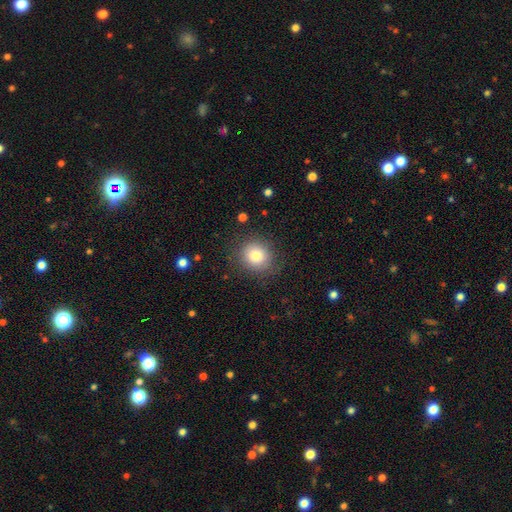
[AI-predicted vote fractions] smooth-or-featured: smooth: 82% | star or artifact: 10% | featured or disk: 8%
  how-rounded: round: 82% | in between: 17% | cigar-shaped: 1%
  merging: none: 83% | minor disturbance: 11% | major disturbance: 4% | merger: 1%